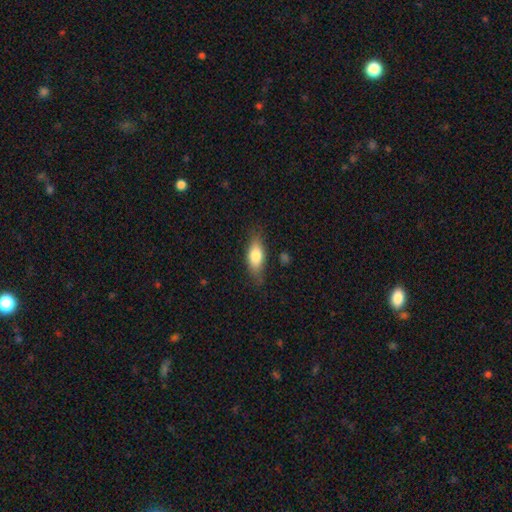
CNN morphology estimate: smooth-or-featured: smooth: 75% | featured or disk: 19% | star or artifact: 7%
  how-rounded: in between: 73% | cigar-shaped: 23% | round: 4%
  merging: none: 76% | minor disturbance: 18% | major disturbance: 4% | merger: 2%